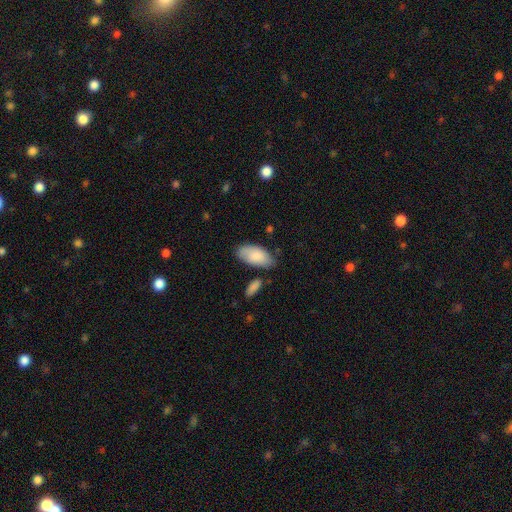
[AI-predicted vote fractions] A smooth galaxy with no disk features (85%) that is in between round and cigar-shaped (93%).

Vote fractions:
- Smooth or featured? smooth: 85% / featured or disk: 10% / star or artifact: 6%
- How rounded? in between: 93% / cigar-shaped: 5% / round: 2%
- Merging? none: 69% / minor disturbance: 21% / merger: 6% / major disturbance: 5%